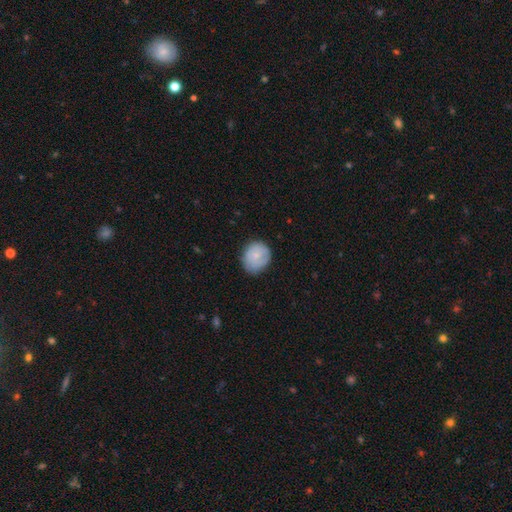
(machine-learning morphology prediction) Smooth or featured: smooth — 70% (featured or disk — 24%)
How rounded: round — 71% (in between — 28%)
Merging: none — 71% (minor disturbance — 22%)